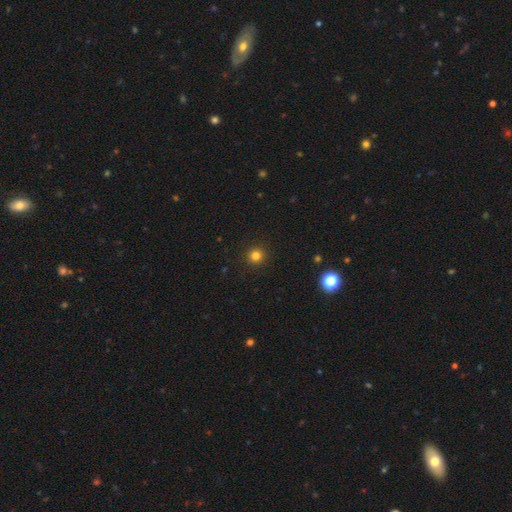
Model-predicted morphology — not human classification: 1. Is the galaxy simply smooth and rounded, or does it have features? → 81% smooth, 14% star or artifact, 5% featured or disk.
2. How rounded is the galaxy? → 94% round, 5% in between, 1% cigar-shaped.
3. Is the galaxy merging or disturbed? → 93% none, 4% minor disturbance, 2% major disturbance, 1% merger.